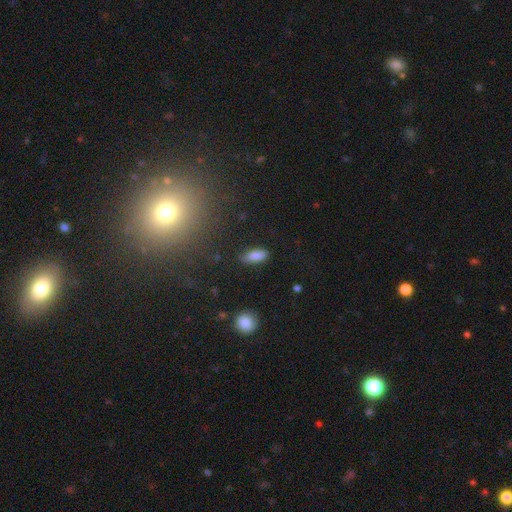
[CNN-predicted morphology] smooth-or-featured: smooth: 86% | star or artifact: 8% | featured or disk: 6%
  how-rounded: in between: 79% | cigar-shaped: 19% | round: 2%
  merging: none: 80% | minor disturbance: 15% | major disturbance: 3% | merger: 2%